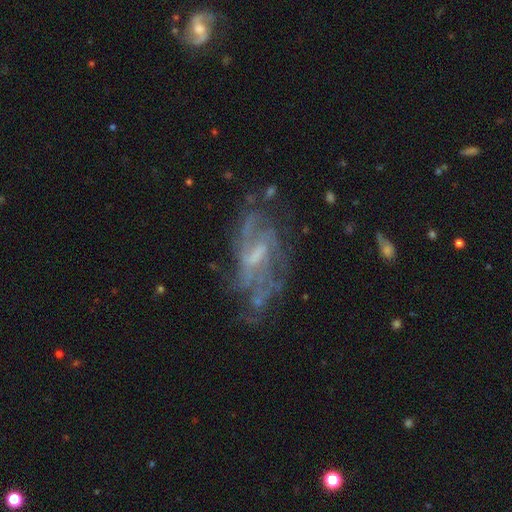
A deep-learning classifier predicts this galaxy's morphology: Overall: featured or disk (80%). Edge-on disk: no (94%). Bar: weak (55%; no 24%). Spiral arms: yes (82%). Spiral arm count: can't tell (43%; 2 23%). Spiral winding: medium (44%; tight 32%). Bulge size: small (38%; moderate 34%). Merging: none (53%; major disturbance 22%).